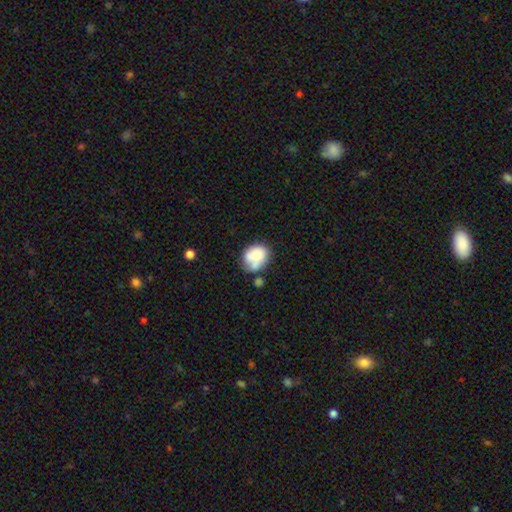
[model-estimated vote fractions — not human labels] Smooth or featured: smooth — 71% (featured or disk — 20%)
How rounded: round — 50% (in between — 49%)
Merging: none — 39% (merger — 26%)